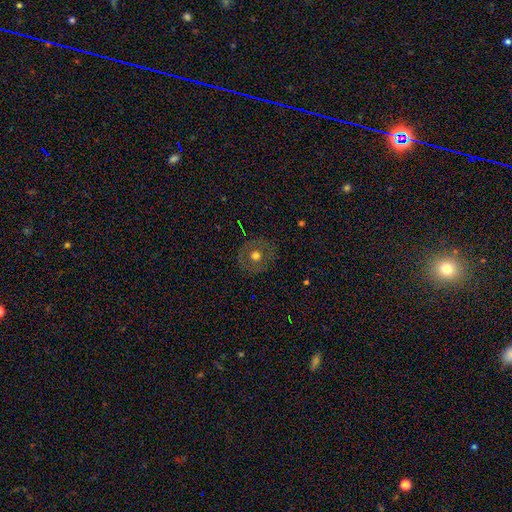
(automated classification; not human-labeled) Morphology: type=smooth (54%); roundness=round (88%); merging=none (85%).